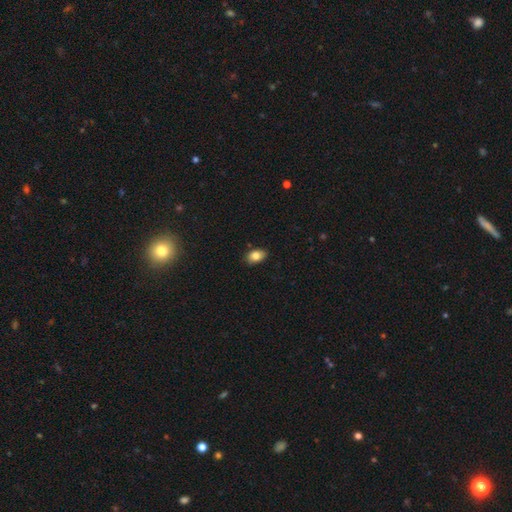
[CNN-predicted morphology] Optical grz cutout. It shows a smooth galaxy with no disk features (83%) that is in between round and cigar-shaped (86%). Merging: none (85%).